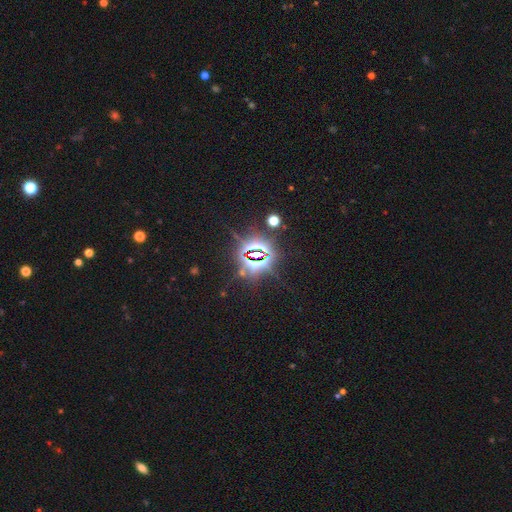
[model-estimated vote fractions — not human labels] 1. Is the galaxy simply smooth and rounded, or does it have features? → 83% star or artifact, 9% smooth, 8% featured or disk.